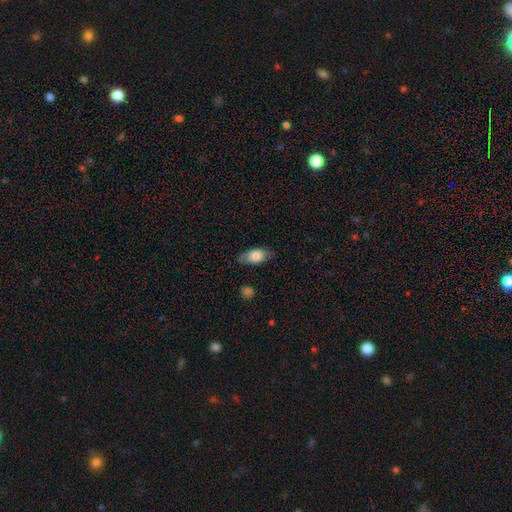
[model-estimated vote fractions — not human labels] Q: Smooth or featured?
A: smooth (72%); runner-up: featured or disk (21%)
Q: How rounded?
A: in between (88%); runner-up: cigar-shaped (7%)
Q: Merging?
A: none (72%); runner-up: minor disturbance (21%)